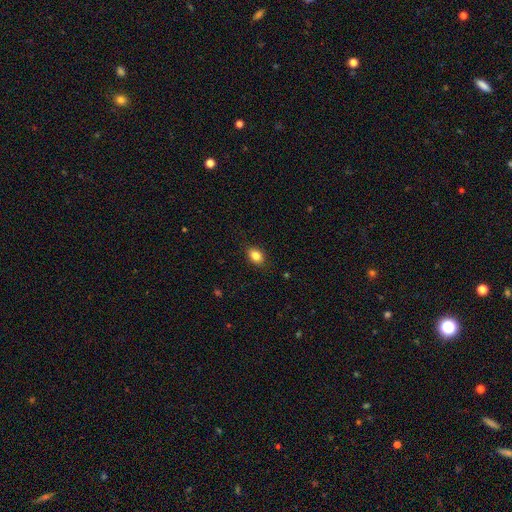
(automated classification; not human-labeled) Smooth or featured: smooth — 84% (star or artifact — 9%)
How rounded: in between — 74% (round — 25%)
Merging: none — 86% (minor disturbance — 10%)